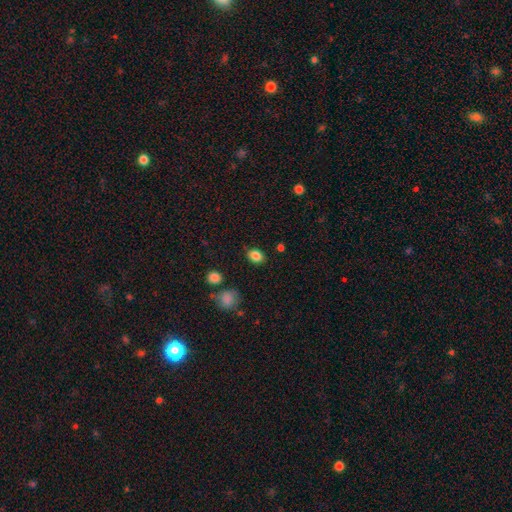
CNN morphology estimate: Smooth or featured?
  - smooth: 85% *
  - star or artifact: 10%
  - featured or disk: 5%
How rounded?
  - in between: 64% *
  - round: 35%
  - cigar-shaped: 1%
Merging?
  - none: 84% *
  - minor disturbance: 11%
  - major disturbance: 3%
  - merger: 2%